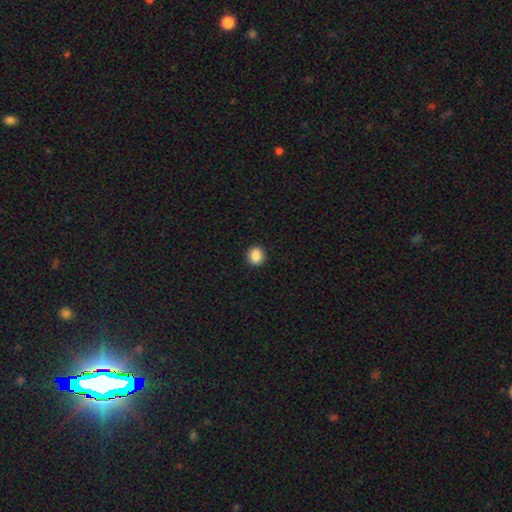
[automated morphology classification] smooth-or-featured: smooth: 88% | star or artifact: 9% | featured or disk: 3%
  how-rounded: round: 82% | in between: 17% | cigar-shaped: 1%
  merging: none: 91% | minor disturbance: 6% | major disturbance: 2% | merger: 1%